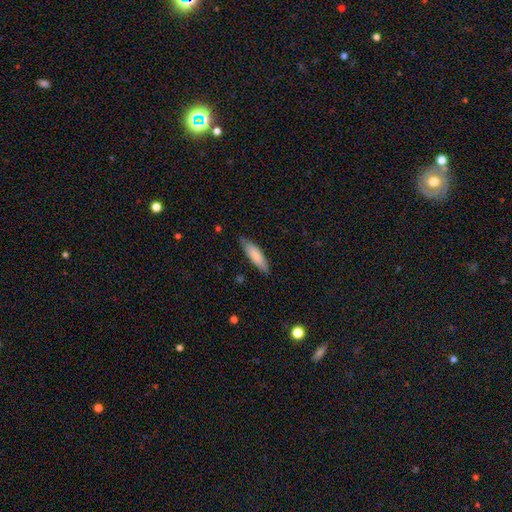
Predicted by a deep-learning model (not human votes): Smooth or featured: smooth — 80% (featured or disk — 15%)
How rounded: cigar-shaped — 59% (in between — 39%)
Merging: none — 81% (minor disturbance — 15%)